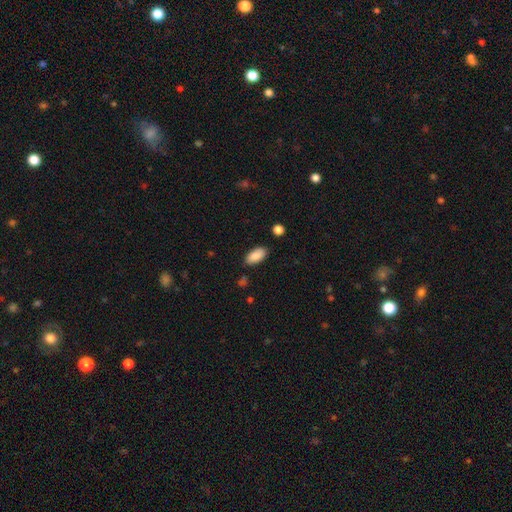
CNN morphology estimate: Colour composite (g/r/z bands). It shows a smooth galaxy with no disk features (88%) that is in between round and cigar-shaped (93%). Merging: none (84%).